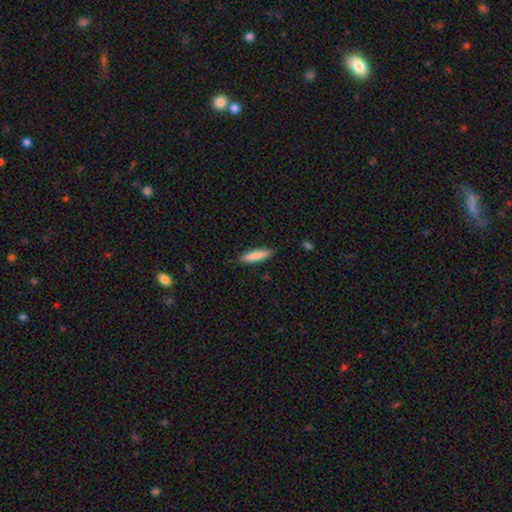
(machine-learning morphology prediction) Smooth or featured?
  - smooth: 85% *
  - featured or disk: 9%
  - star or artifact: 6%
How rounded?
  - cigar-shaped: 76% *
  - in between: 23%
  - round: 1%
Merging?
  - none: 87% *
  - minor disturbance: 10%
  - major disturbance: 2%
  - merger: 1%